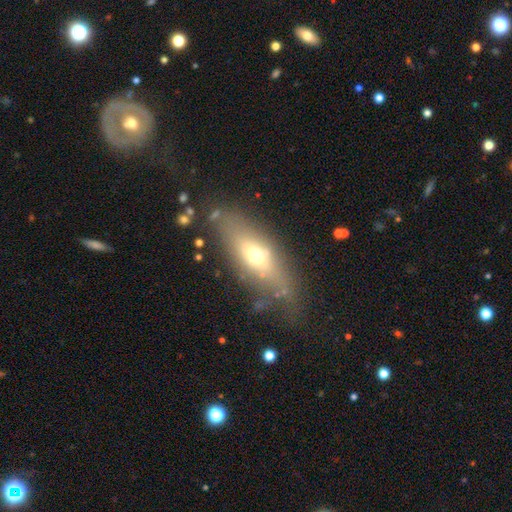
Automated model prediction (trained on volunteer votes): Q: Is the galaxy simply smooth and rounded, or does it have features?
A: smooth — 52%.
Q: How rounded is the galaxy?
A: in between — 60%.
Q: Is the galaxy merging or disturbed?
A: none — 70%.